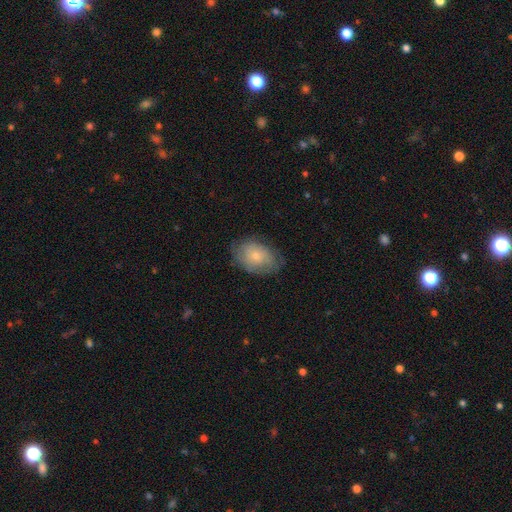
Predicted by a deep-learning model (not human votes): Smooth or featured?
  - smooth: 61% *
  - featured or disk: 32%
  - star or artifact: 7%
How rounded?
  - in between: 82% *
  - round: 17%
  - cigar-shaped: 1%
Merging?
  - none: 70% *
  - minor disturbance: 22%
  - major disturbance: 7%
  - merger: 1%